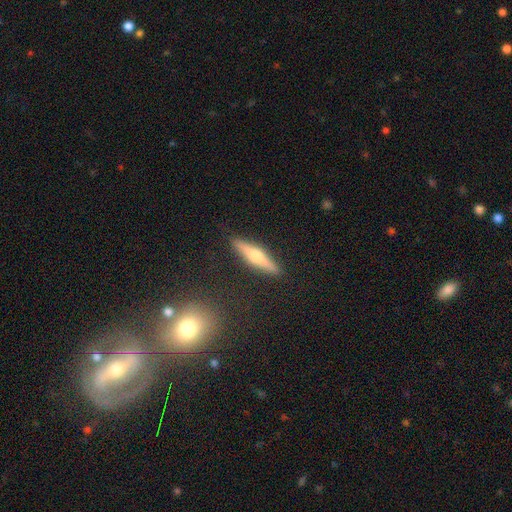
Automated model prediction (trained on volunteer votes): featured or disk 60%, smooth 34%, star or artifact 6%. Down the decision tree: edge-on disk — yes (96%); edge-on bulge — rounded (91%); merging — none (90%).